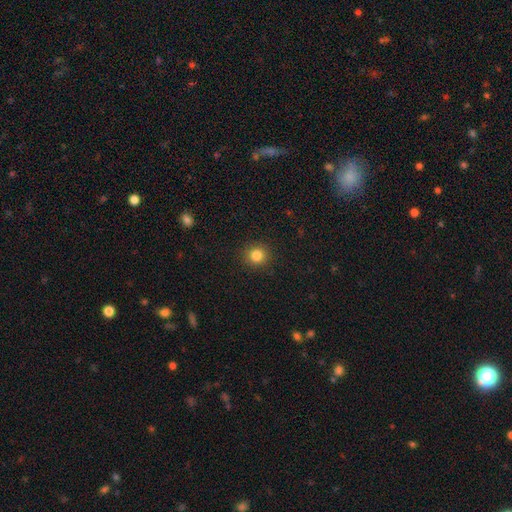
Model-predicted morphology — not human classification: type=smooth (84%); roundness=round (90%); merging=none (91%).